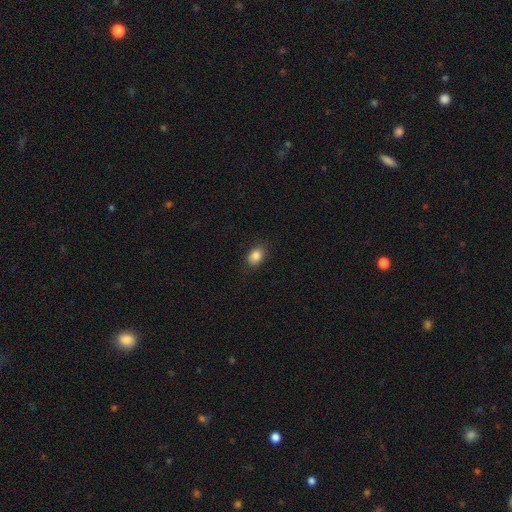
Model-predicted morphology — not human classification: type=smooth (85%); roundness=in between (75%); merging=none (82%).